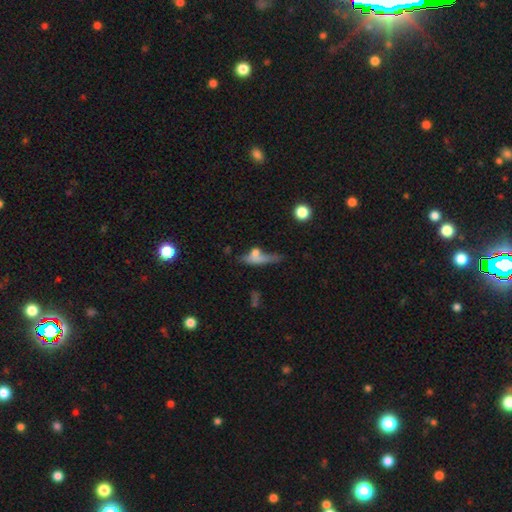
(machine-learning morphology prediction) Smooth or featured? Predicted: smooth (p=0.57). How rounded? Predicted: cigar-shaped (p=0.55). Merging? Predicted: none (p=0.35).